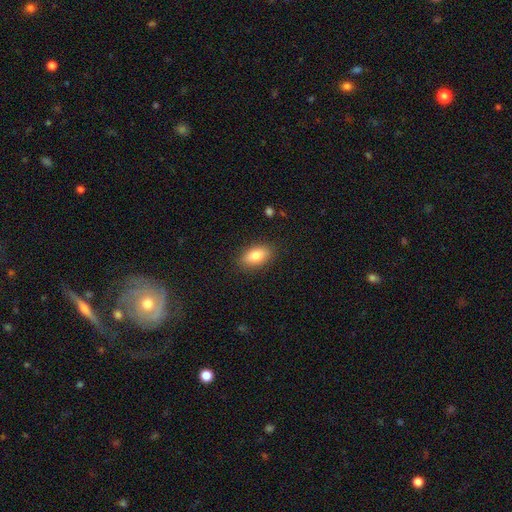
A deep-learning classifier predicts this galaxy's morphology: Smooth or featured? smooth (82%)
How rounded? in between (89%)
Merging? none (87%)